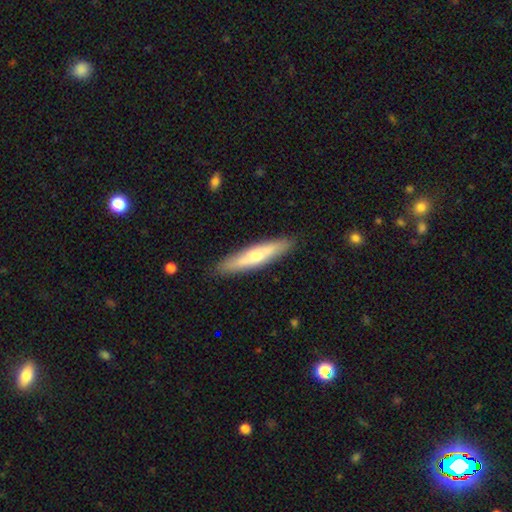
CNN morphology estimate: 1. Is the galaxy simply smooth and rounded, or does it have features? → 49% smooth, 45% featured or disk, 6% star or artifact.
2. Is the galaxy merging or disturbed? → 89% none, 8% minor disturbance, 2% major disturbance, 1% merger.